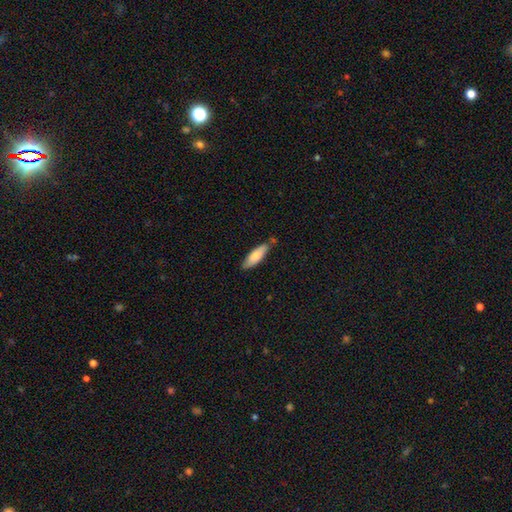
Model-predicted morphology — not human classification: Overall: smooth (76%). How rounded: in between (52%; cigar-shaped 46%). Merging: none (72%).